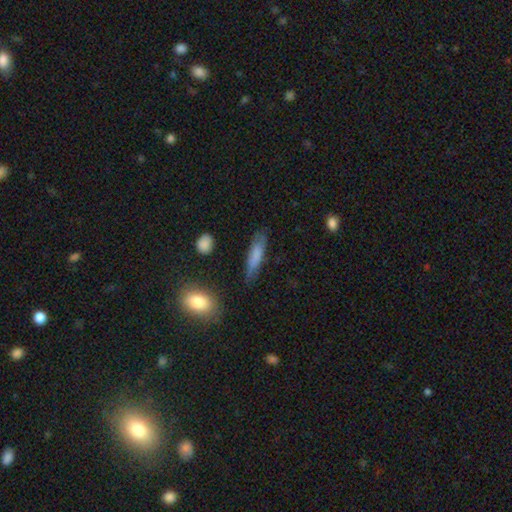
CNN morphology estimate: A smooth galaxy with no disk features (75%) that is cigar-shaped (75%).

Vote fractions:
- Smooth or featured? smooth: 75% / featured or disk: 18% / star or artifact: 7%
- How rounded? cigar-shaped: 75% / in between: 23% / round: 2%
- Merging? none: 77% / minor disturbance: 17% / major disturbance: 4% / merger: 2%